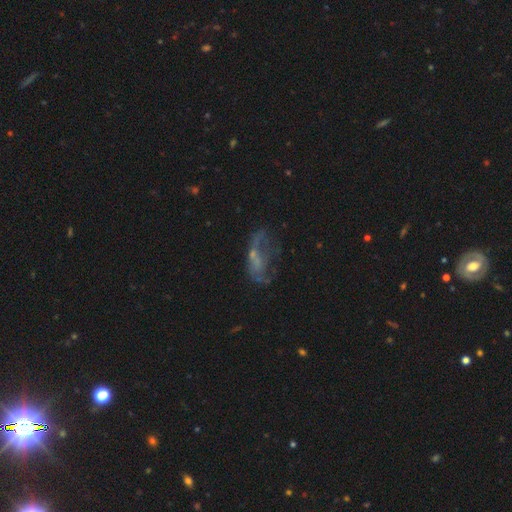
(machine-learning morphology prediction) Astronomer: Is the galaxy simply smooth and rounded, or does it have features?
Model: featured or disk — 50% (runner-up: smooth, 28%).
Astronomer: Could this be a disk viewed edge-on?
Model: no — 92%.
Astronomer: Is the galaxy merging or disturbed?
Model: major disturbance — 38% (runner-up: none, 36%).